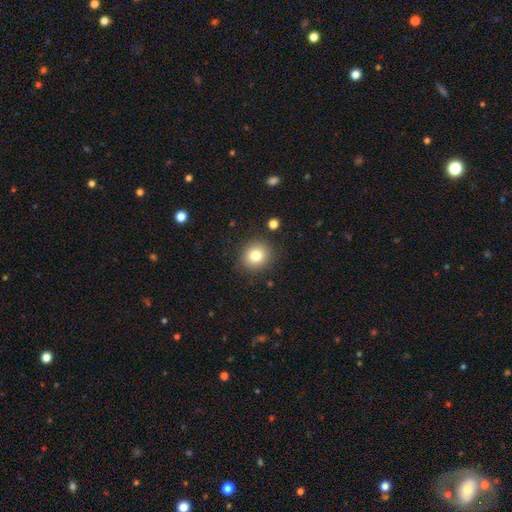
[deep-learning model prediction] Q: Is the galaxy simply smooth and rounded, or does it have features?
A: smooth — 80%.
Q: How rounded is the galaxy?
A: round — 85%.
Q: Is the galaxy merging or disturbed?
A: none — 88%.